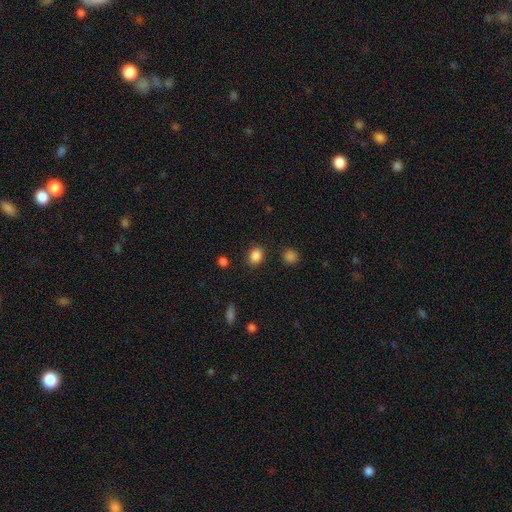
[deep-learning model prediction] The model was most divided on "how rounded": in between: 51%, round: 48%, cigar-shaped: 1%. More confident: smooth or featured — smooth (86%); merging — none (86%).